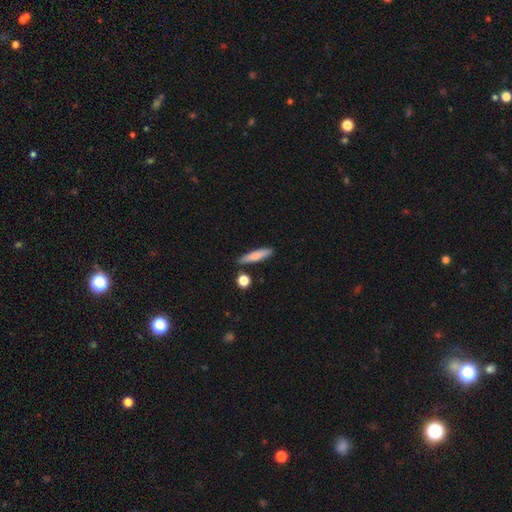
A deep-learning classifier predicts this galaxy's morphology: smooth-or-featured: smooth: 73% | featured or disk: 21% | star or artifact: 6%
  how-rounded: cigar-shaped: 81% | in between: 16% | round: 3%
  merging: none: 81% | minor disturbance: 11% | merger: 6% | major disturbance: 2%